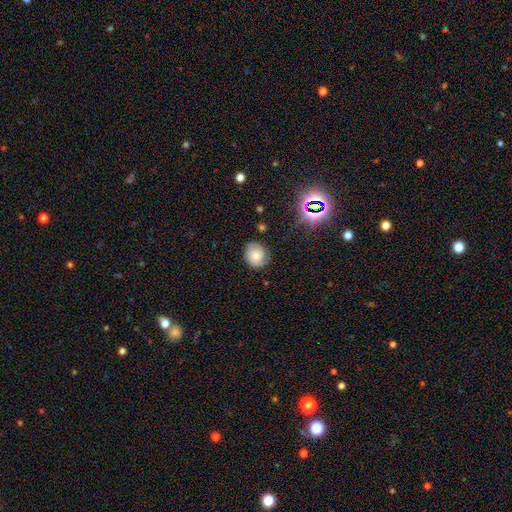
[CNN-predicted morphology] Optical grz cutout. It shows a smooth galaxy with no disk features (61%) that is round (71%). Merging: none (76%).